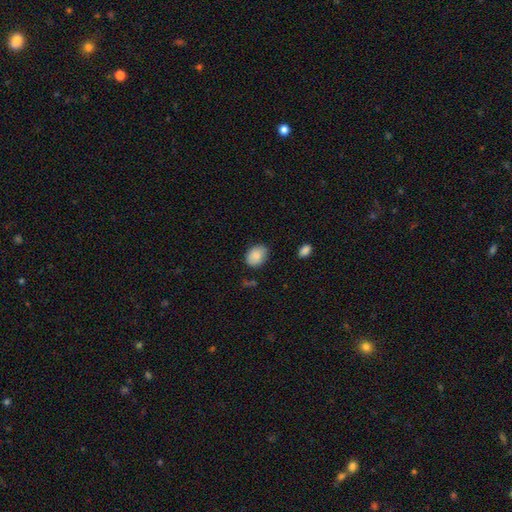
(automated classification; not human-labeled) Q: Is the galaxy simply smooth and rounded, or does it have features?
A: smooth — 87%.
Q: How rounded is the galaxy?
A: in between — 64%.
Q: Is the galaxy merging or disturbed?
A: none — 73%.